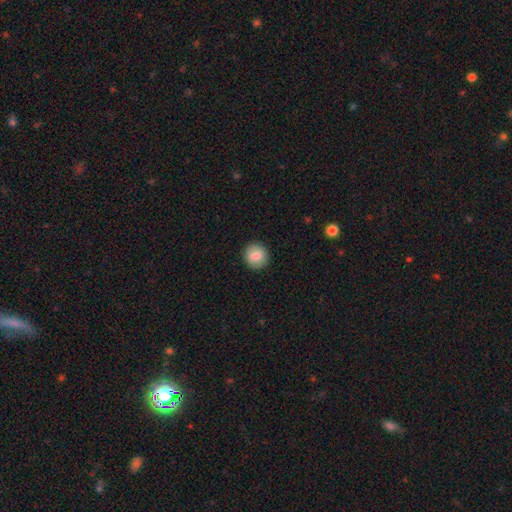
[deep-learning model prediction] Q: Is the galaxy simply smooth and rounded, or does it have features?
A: smooth — 83%.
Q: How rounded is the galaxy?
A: round — 93%.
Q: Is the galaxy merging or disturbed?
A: none — 91%.